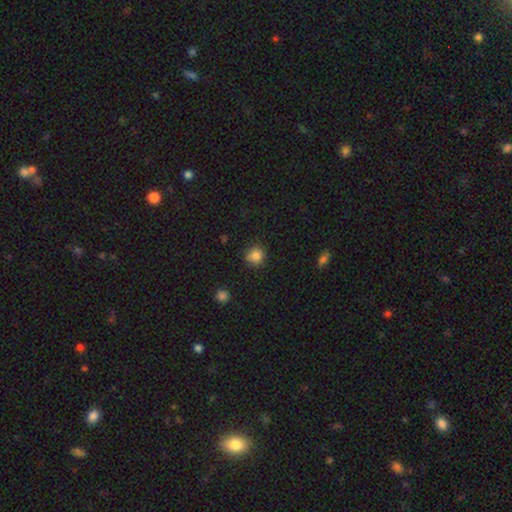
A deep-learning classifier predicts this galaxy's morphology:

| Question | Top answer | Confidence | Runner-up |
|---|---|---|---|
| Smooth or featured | smooth | 83% | star or artifact (12%) |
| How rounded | round | 87% | in between (12%) |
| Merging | none | 74% | minor disturbance (18%) |